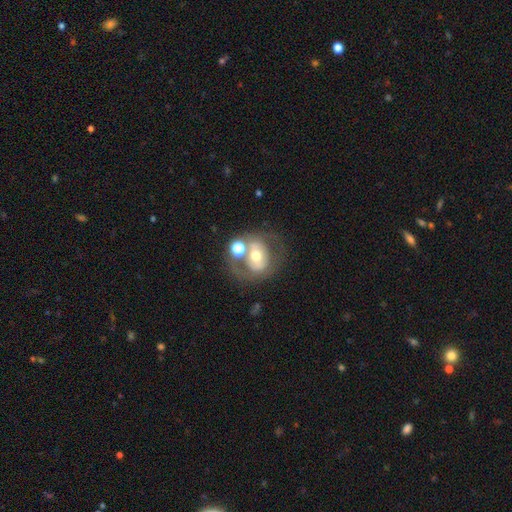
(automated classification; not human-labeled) featured or disk 56%, smooth 34%, star or artifact 10%. Down the decision tree: edge-on disk — no (95%); bar — no (49%); spiral arms — no (65%); bulge size — moderate (66%); merging — none (48%).